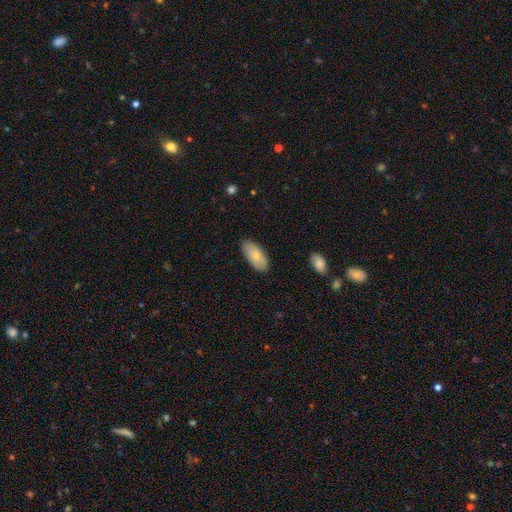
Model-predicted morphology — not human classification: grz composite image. It shows a smooth galaxy with no disk features (75%) that is in between round and cigar-shaped (92%). Merging: none (85%).